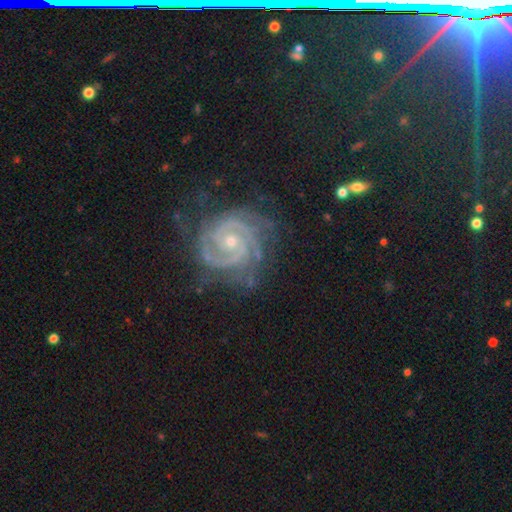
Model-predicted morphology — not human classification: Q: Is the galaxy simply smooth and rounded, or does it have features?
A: featured or disk — 75%.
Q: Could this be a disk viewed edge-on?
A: no — 98%.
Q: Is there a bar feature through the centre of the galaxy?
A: no — 63%.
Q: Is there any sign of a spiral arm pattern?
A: yes — 97%.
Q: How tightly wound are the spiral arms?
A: tight — 75%.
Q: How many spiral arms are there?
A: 2 — 47%.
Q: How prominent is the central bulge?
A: small — 67%.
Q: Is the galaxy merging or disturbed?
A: none — 75%.